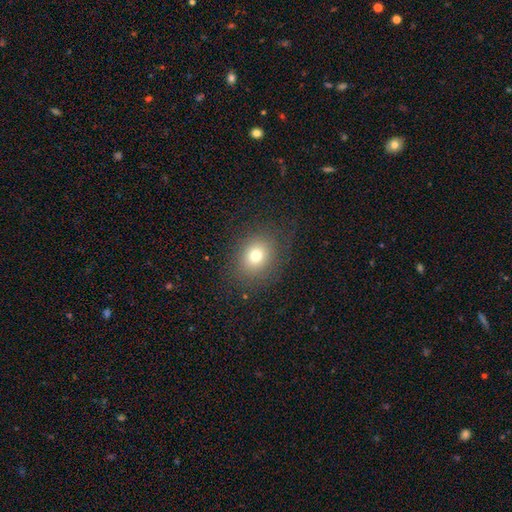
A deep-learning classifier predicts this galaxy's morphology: This appears to be a smooth galaxy with no disk features (75%) that is round (64%). Merging: none (82%).